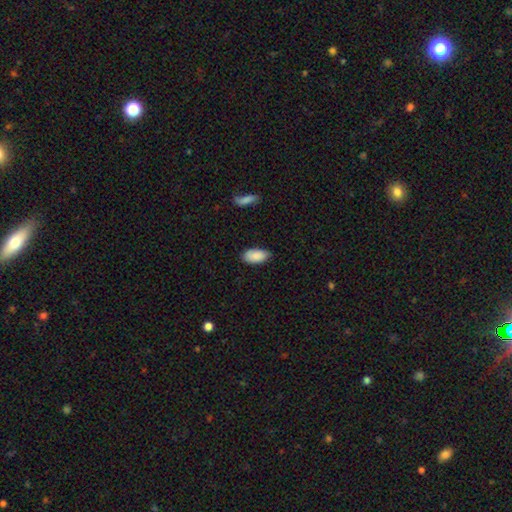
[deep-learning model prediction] A smooth galaxy with no disk features (88%) that is in between round and cigar-shaped (94%). Merging: none (77%).